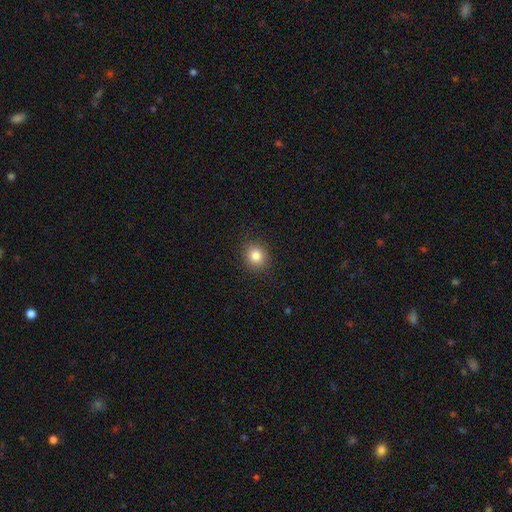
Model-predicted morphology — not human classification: Smooth or featured? Predicted: smooth (p=0.83). How rounded? Predicted: round (p=0.81). Merging? Predicted: none (p=0.90).